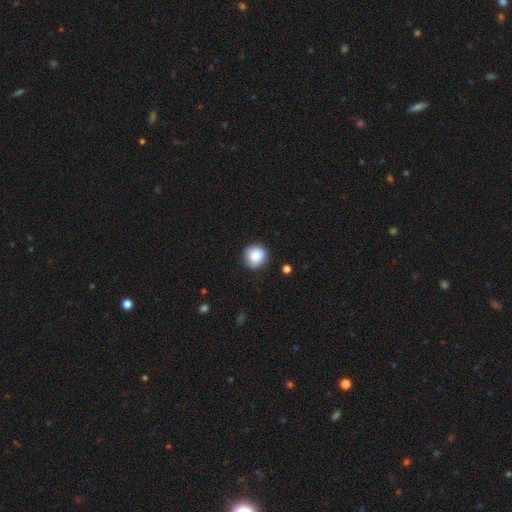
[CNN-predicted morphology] smooth 85%, star or artifact 8%, featured or disk 7%. Down the decision tree: how rounded — round (92%); merging — none (81%).